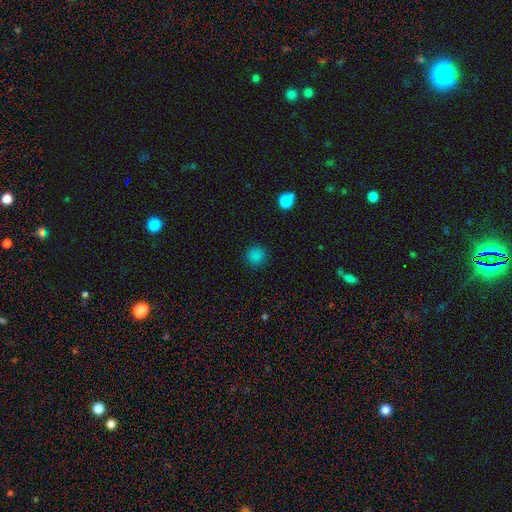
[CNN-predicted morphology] Smooth or featured?
  - smooth: 83% *
  - star or artifact: 14%
  - featured or disk: 3%
How rounded?
  - round: 93% *
  - in between: 6%
  - cigar-shaped: 1%
Merging?
  - none: 90% *
  - minor disturbance: 6%
  - major disturbance: 2%
  - merger: 1%